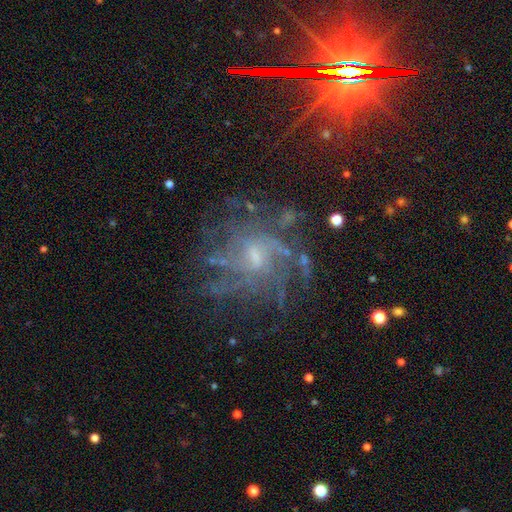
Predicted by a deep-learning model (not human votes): smooth_or_featured: featured or disk (p=0.75) [alt: star or artifact p=0.16]
disk_edge_on: no (p=0.97) [alt: yes p=0.03]
bar: no (p=0.48) [alt: weak p=0.44]
has_spiral_arms: yes (p=0.84) [alt: no p=0.16]
spiral_winding: medium (p=0.40) [alt: tight p=0.38]
spiral_arm_count: can't tell (p=0.42) [alt: more than 4 p=0.17]
bulge_size: small (p=0.56) [alt: moderate p=0.31]
merging: none (p=0.64) [alt: major disturbance p=0.17]